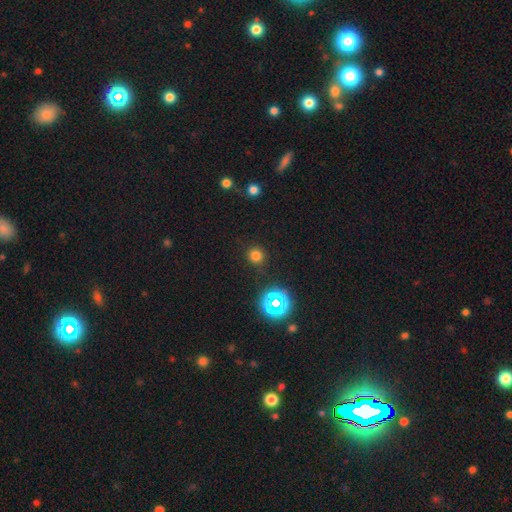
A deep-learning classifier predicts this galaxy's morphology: Smooth or featured? Predicted: smooth (p=0.72). How rounded? Predicted: round (p=0.93). Merging? Predicted: none (p=0.88).